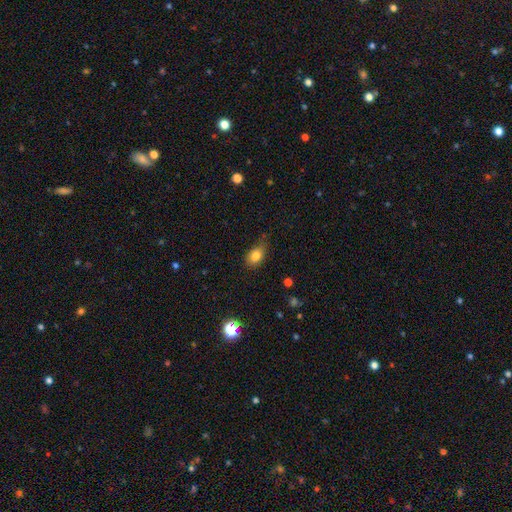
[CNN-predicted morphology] smooth 81%, star or artifact 11%, featured or disk 8%. Down the decision tree: how rounded — in between (74%); merging — none (66%).